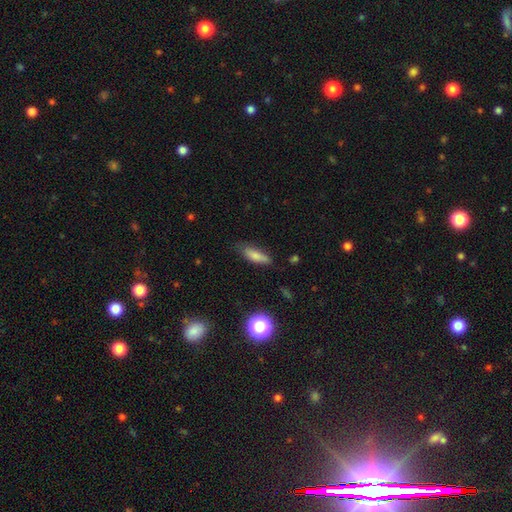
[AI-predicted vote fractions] Overall: smooth (78%). How rounded: in between (50%; cigar-shaped 47%). Merging: none (71%).